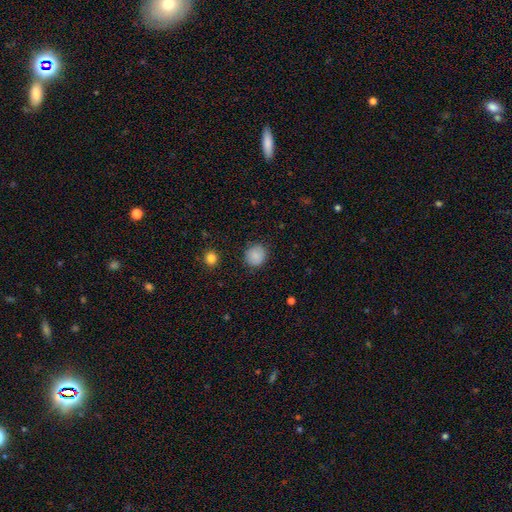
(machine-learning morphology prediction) This is clearly a smooth galaxy (87%). How rounded: clearly round (90%). Merging: clearly none (87%).